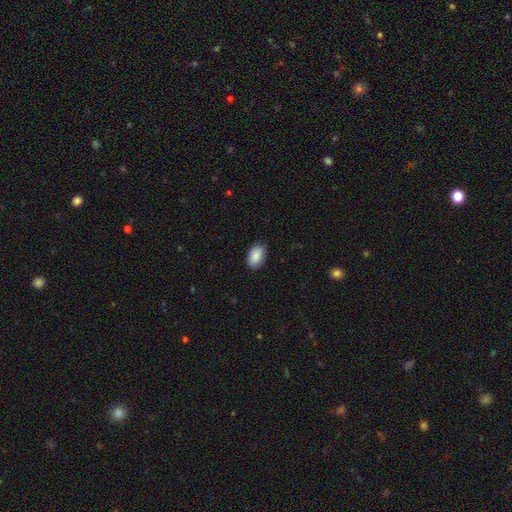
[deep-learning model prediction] Smooth or featured: smooth — 89% (star or artifact — 6%)
How rounded: in between — 92% (round — 7%)
Merging: none — 86% (minor disturbance — 11%)